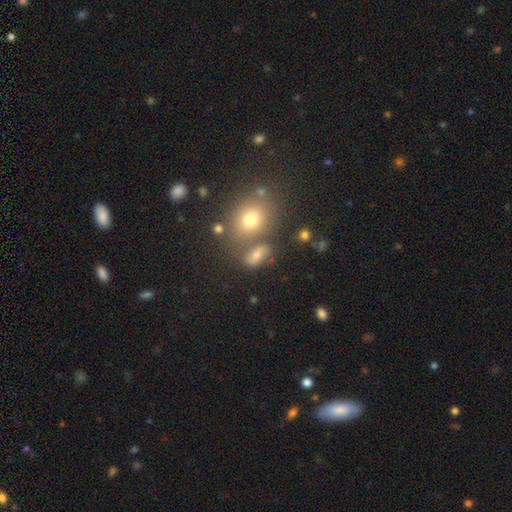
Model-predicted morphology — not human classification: smooth_or_featured: smooth (p=0.63) [alt: featured or disk p=0.18]
how_rounded: in between (p=0.73) [alt: round p=0.19]
merging: none (p=0.61) [alt: merger p=0.17]